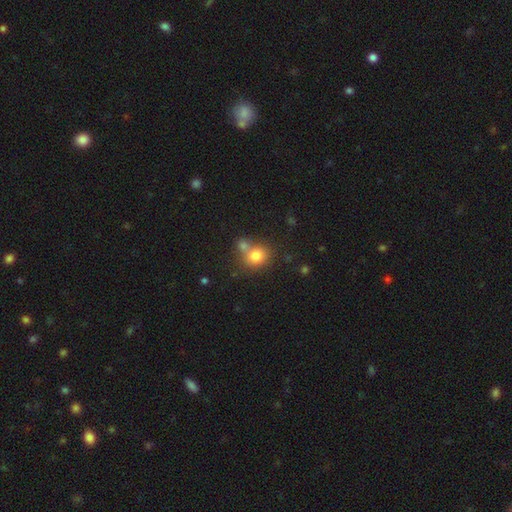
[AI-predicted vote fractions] smooth_or_featured: smooth (p=0.78) [alt: star or artifact p=0.11]
how_rounded: round (p=0.72) [alt: in between p=0.27]
merging: none (p=0.49) [alt: merger p=0.36]